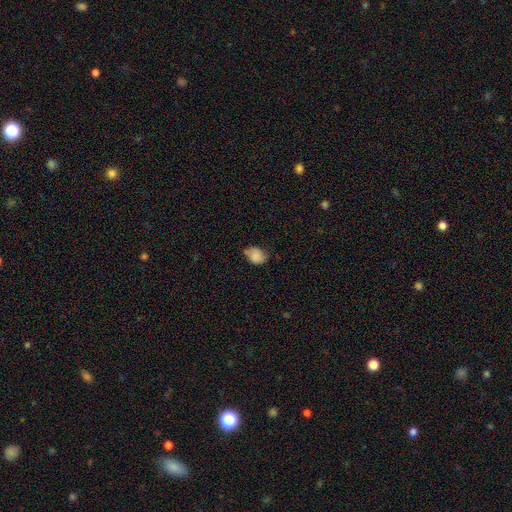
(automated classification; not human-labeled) Smooth or featured?
  - smooth: 77% *
  - featured or disk: 14%
  - star or artifact: 9%
How rounded?
  - in between: 64% *
  - round: 35%
  - cigar-shaped: 1%
Merging?
  - none: 51% *
  - minor disturbance: 37%
  - major disturbance: 9%
  - merger: 3%